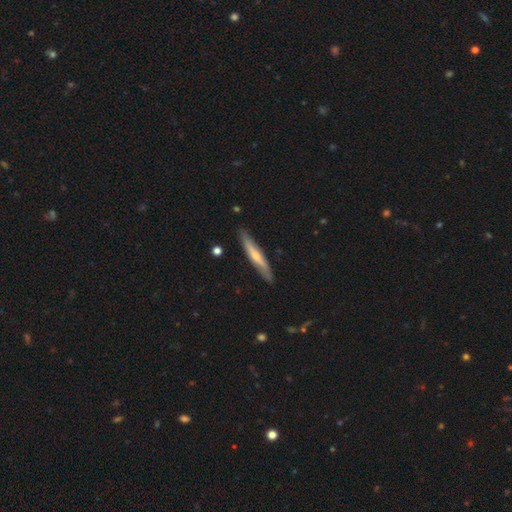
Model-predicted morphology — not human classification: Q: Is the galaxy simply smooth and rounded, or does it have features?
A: featured or disk — 54%.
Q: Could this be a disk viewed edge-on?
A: yes — 87%.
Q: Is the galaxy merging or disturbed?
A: none — 86%.